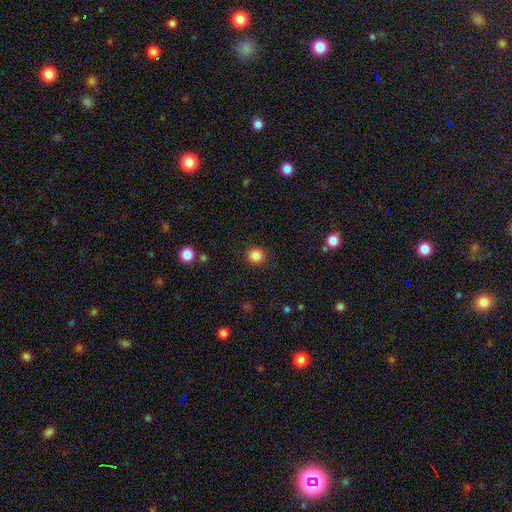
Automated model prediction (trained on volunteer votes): smooth-or-featured: smooth: 85% | star or artifact: 11% | featured or disk: 3%
  how-rounded: round: 89% | in between: 10% | cigar-shaped: 1%
  merging: none: 90% | minor disturbance: 7% | major disturbance: 2% | merger: 1%